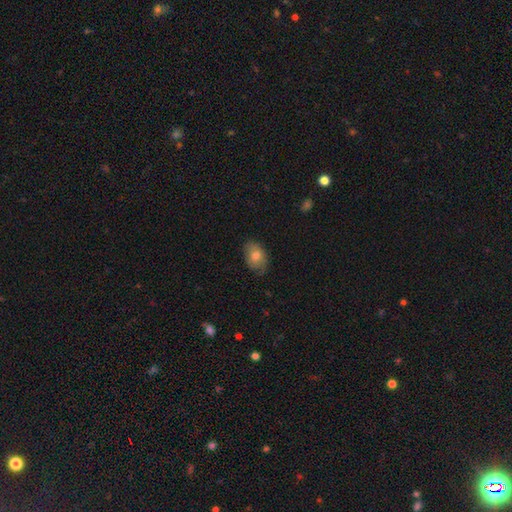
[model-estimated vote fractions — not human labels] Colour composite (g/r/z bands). It shows a smooth galaxy with no disk features (74%) that is in between round and cigar-shaped (83%). Merging: none (75%).